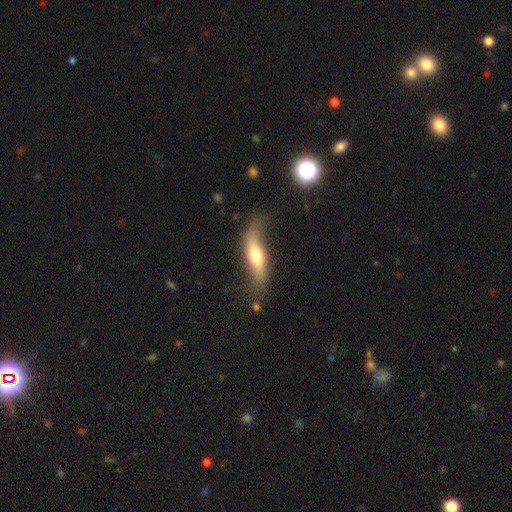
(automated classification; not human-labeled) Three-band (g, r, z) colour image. It shows a featured or disk galaxy (58%). Merging: none (59%).